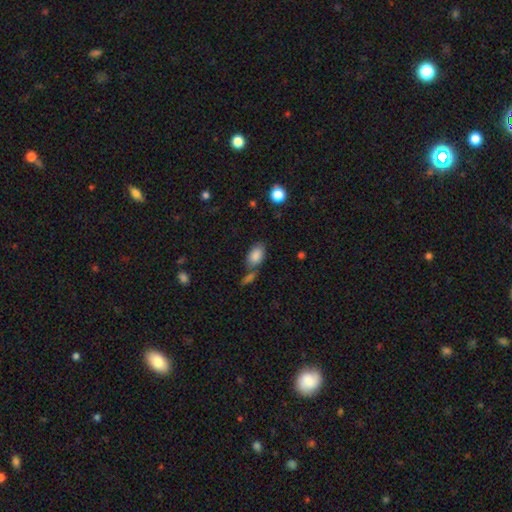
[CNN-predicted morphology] This is clearly a smooth galaxy (86%). How rounded: clearly in between (91%). Merging: possibly none (58%).